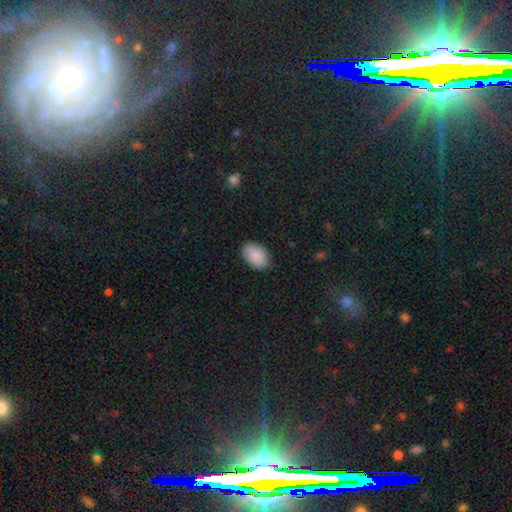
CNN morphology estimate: Smooth or featured?
  - smooth: 90% *
  - star or artifact: 6%
  - featured or disk: 4%
How rounded?
  - in between: 90% *
  - round: 8%
  - cigar-shaped: 1%
Merging?
  - none: 87% *
  - minor disturbance: 10%
  - major disturbance: 2%
  - merger: 1%